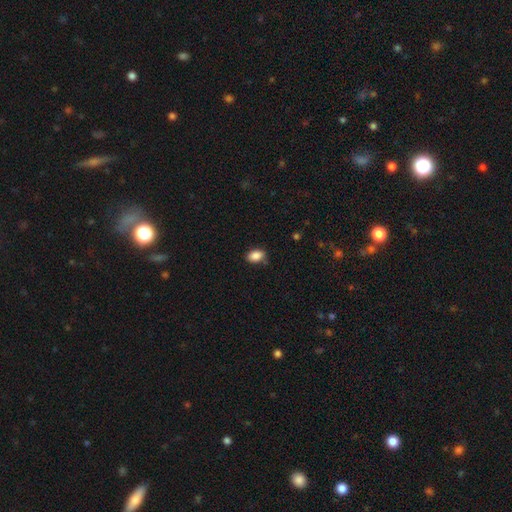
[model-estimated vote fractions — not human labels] Smooth or featured?
  - smooth: 88% *
  - star or artifact: 8%
  - featured or disk: 4%
How rounded?
  - in between: 87% *
  - round: 11%
  - cigar-shaped: 2%
Merging?
  - none: 79% *
  - minor disturbance: 16%
  - major disturbance: 3%
  - merger: 2%